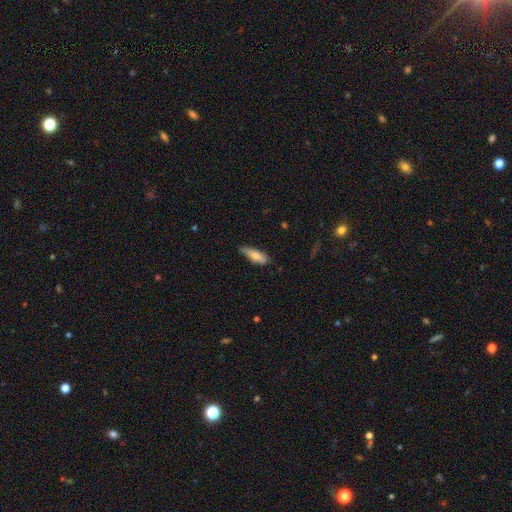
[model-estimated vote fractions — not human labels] This appears to be a smooth galaxy with no disk features (77%) that is in between round and cigar-shaped (52%). Merging: none (61%).